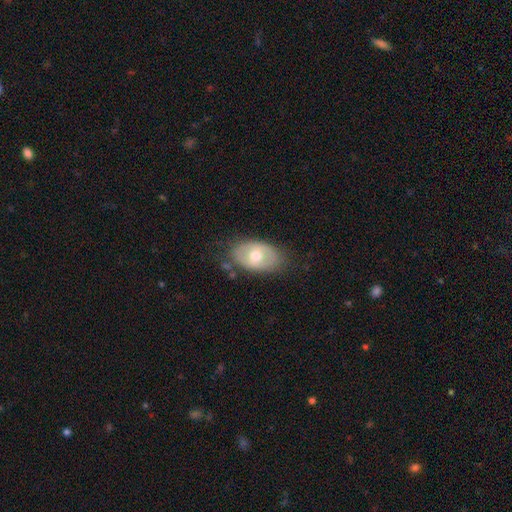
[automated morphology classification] This appears to be a smooth galaxy with no disk features (54%) that is in between round and cigar-shaped (88%). Merging: none (74%).